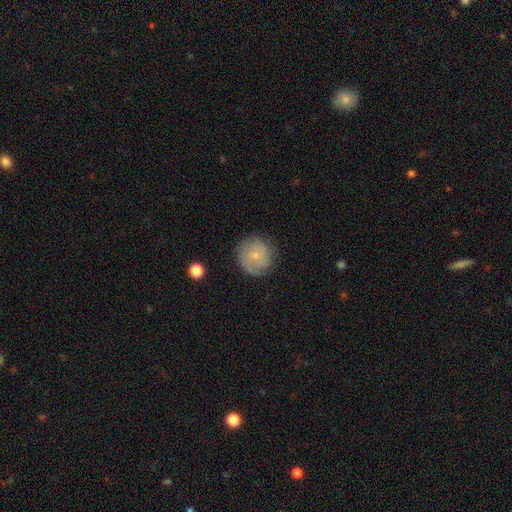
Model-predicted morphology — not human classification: Smooth or featured?
  - smooth: 52% *
  - featured or disk: 40%
  - star or artifact: 8%
How rounded?
  - round: 92% *
  - in between: 7%
  - cigar-shaped: 1%
Merging?
  - none: 80% *
  - minor disturbance: 14%
  - major disturbance: 4%
  - merger: 1%